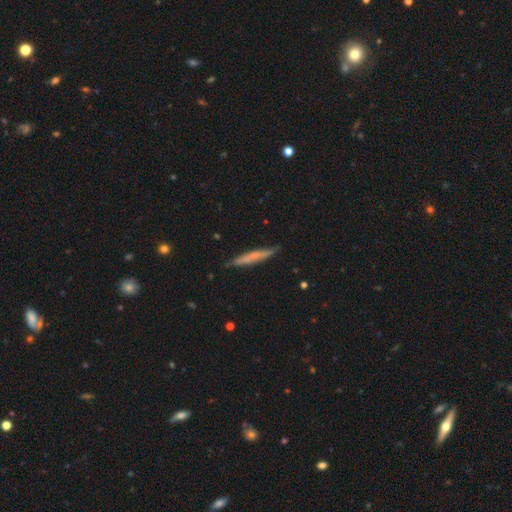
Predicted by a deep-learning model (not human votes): Q: Smooth or featured?
A: smooth (52%); runner-up: featured or disk (41%)
Q: How rounded?
A: cigar-shaped (94%); runner-up: in between (4%)
Q: Merging?
A: none (82%); runner-up: minor disturbance (14%)